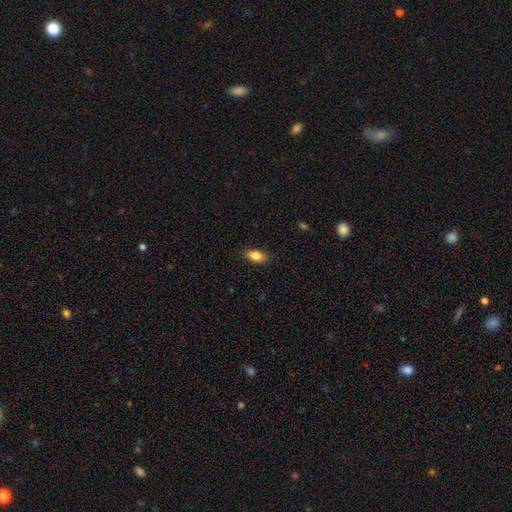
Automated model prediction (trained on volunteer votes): Smooth or featured: smooth — 84% (featured or disk — 8%)
How rounded: in between — 89% (cigar-shaped — 6%)
Merging: none — 87% (minor disturbance — 10%)